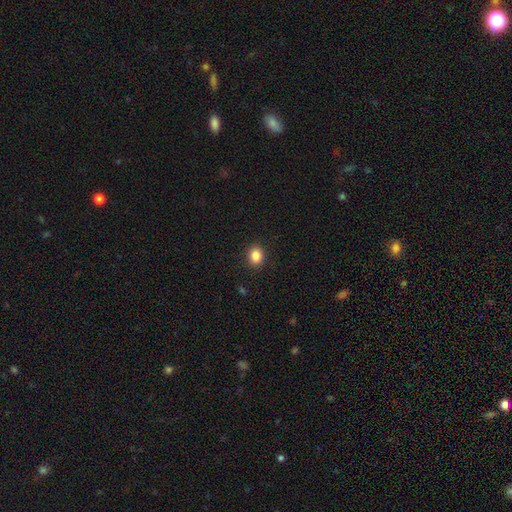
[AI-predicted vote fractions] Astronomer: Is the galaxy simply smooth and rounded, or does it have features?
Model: smooth — 86%.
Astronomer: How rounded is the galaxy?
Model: round — 59% (runner-up: in between, 40%).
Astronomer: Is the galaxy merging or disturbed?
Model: none — 90%.